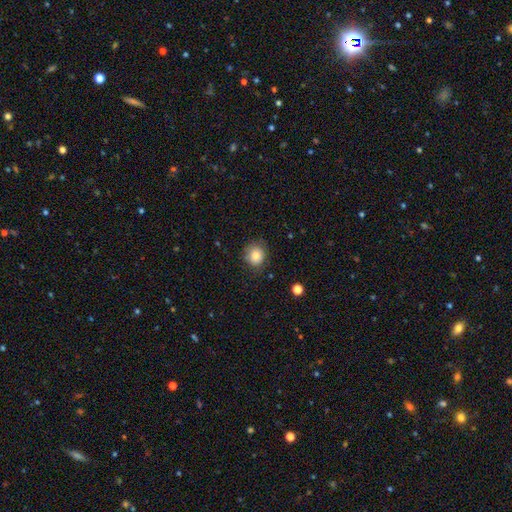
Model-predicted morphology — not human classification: A smooth galaxy with no disk features (82%) that is round (83%).

Vote fractions:
- Smooth or featured? smooth: 82% / star or artifact: 10% / featured or disk: 8%
- How rounded? round: 83% / in between: 16% / cigar-shaped: 1%
- Merging? none: 77% / minor disturbance: 17% / major disturbance: 4% / merger: 2%